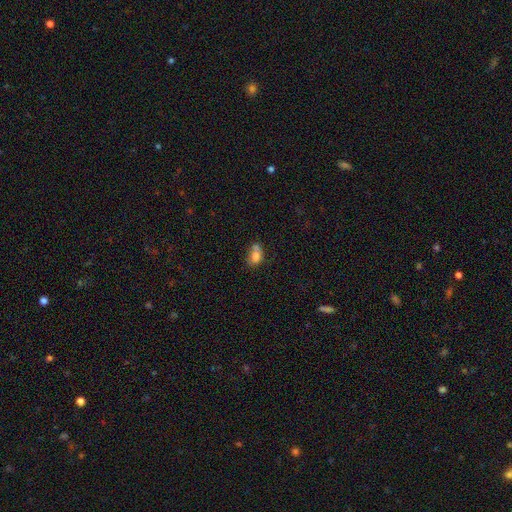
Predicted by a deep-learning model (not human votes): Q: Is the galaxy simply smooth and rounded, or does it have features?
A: smooth — 75%.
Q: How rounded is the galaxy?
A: in between — 76%.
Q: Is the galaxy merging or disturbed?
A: none — 34%, tied with merger.